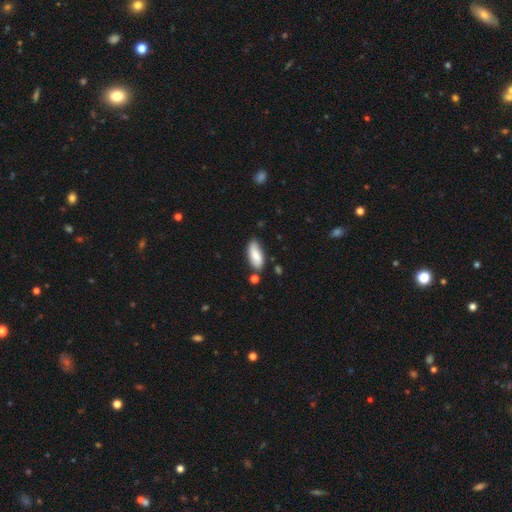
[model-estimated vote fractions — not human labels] smooth-or-featured: smooth: 74% | featured or disk: 20% | star or artifact: 7%
  how-rounded: in between: 84% | cigar-shaped: 13% | round: 2%
  merging: none: 72% | minor disturbance: 19% | merger: 6% | major disturbance: 4%